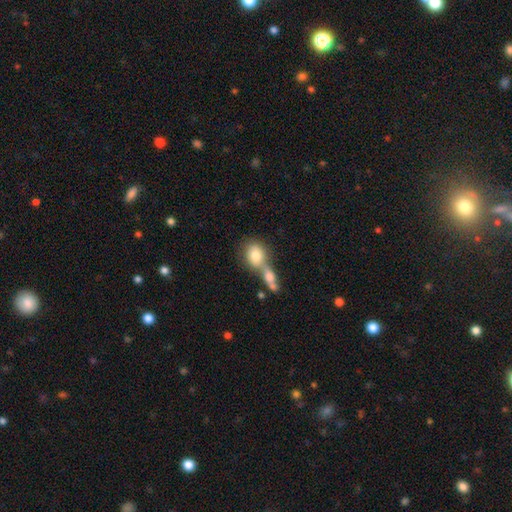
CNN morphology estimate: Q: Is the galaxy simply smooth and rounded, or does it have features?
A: smooth — 78%.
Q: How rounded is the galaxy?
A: round — 59%.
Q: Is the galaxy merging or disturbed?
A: merger — 61%.